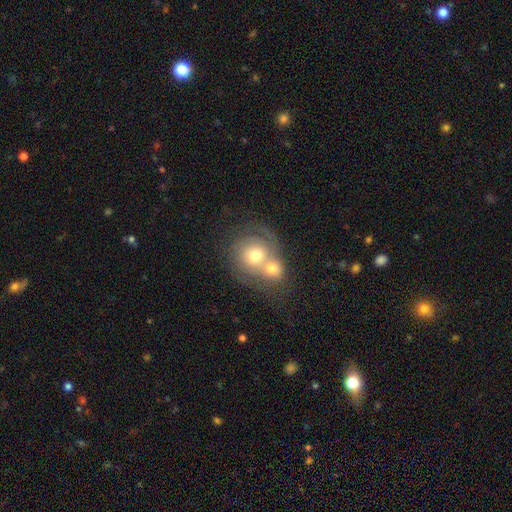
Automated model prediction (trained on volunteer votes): A smooth galaxy with no disk features (48%). Merging: merger (68%).